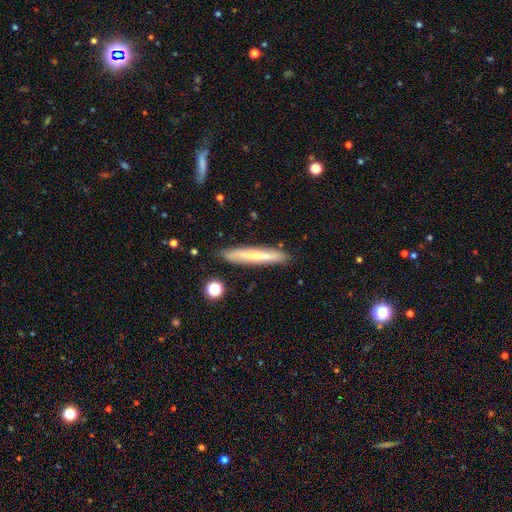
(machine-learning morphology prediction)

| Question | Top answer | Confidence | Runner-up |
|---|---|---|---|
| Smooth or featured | featured or disk | 50% | smooth (43%) |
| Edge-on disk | yes | 86% | no (14%) |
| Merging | none | 87% | minor disturbance (9%) |